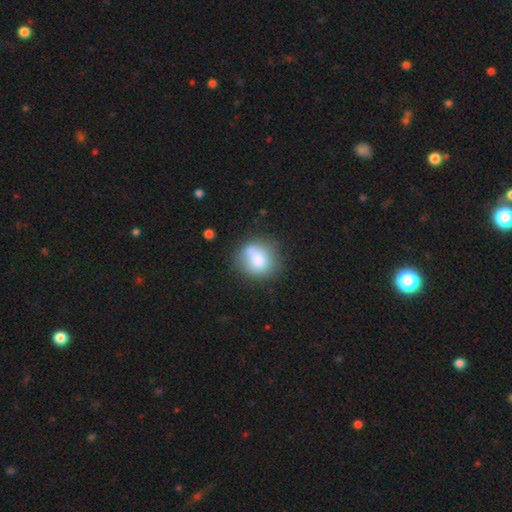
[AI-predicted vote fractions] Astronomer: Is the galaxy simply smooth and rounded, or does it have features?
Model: smooth — 74%.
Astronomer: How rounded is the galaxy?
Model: round — 81%.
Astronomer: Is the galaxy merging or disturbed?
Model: none — 59%.